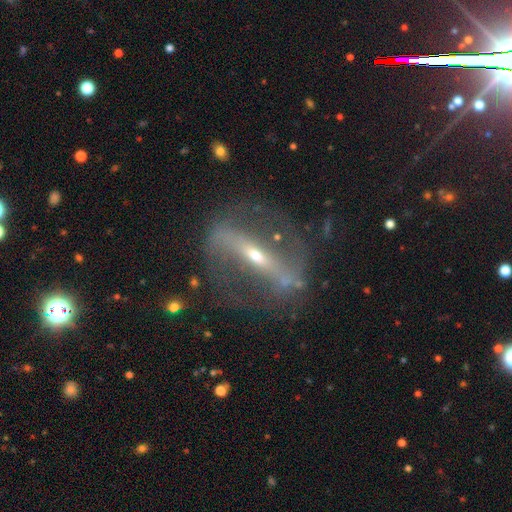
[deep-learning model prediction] A featured or disk galaxy (83%) with a strong bar (77%), spiral arms (66%) and a small central bulge (66%).

Vote fractions:
- Smooth or featured? featured or disk: 83% / smooth: 9% / star or artifact: 8%
- Edge-on disk? no: 65% / yes: 35%
- Bar? strong: 77% / weak: 13% / no: 10%
- Spiral arms? yes: 66% / no: 34%
- Bulge size? small: 66% / moderate: 30% / large: 2% / dominant: 1% / none: 1%
- Merging? none: 68% / minor disturbance: 16% / major disturbance: 13% / merger: 3%